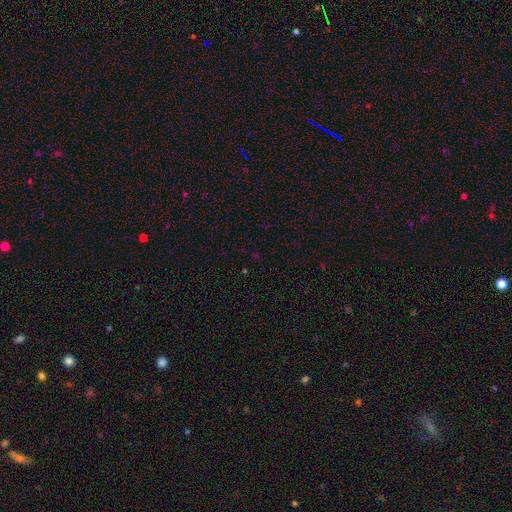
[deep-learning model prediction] This is likely a star or artifact rather than a galaxy (64%).